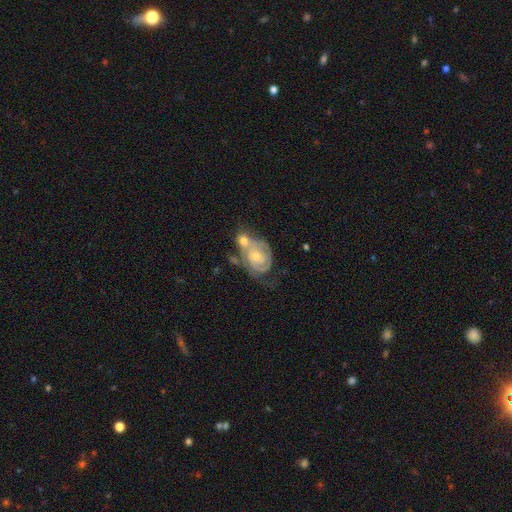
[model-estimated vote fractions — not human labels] featured or disk 77%, smooth 17%, star or artifact 6%. Down the decision tree: edge-on disk — no (97%); bar — no (75%); spiral arms — yes (86%); spiral arm count — 2 (44%); spiral winding — tight (68%); bulge size — small (50%); merging — merger (45%).